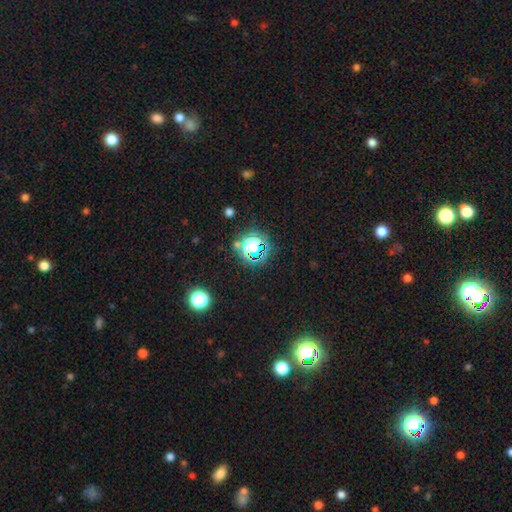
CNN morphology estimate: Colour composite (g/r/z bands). It shows a star or artifact, not a galaxy (63%).